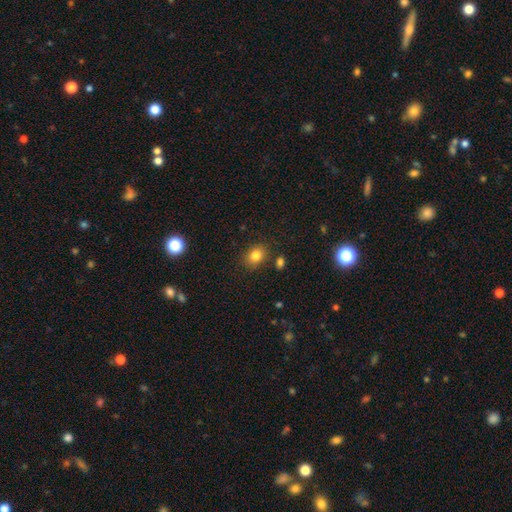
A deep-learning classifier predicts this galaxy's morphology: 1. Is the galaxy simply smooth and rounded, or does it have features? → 82% smooth, 11% star or artifact, 7% featured or disk.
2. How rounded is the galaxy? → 56% in between, 43% round, 1% cigar-shaped.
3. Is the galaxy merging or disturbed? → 81% none, 11% minor disturbance, 5% merger, 3% major disturbance.